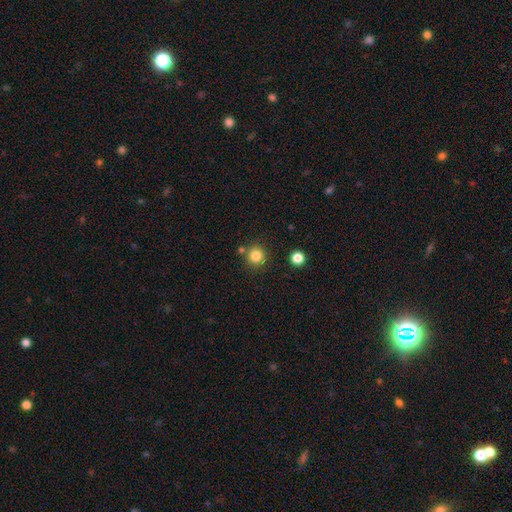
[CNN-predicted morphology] The model was most divided on "smooth or featured": smooth: 83%, star or artifact: 12%, featured or disk: 5%. More confident: how rounded — round (94%); merging — none (82%).